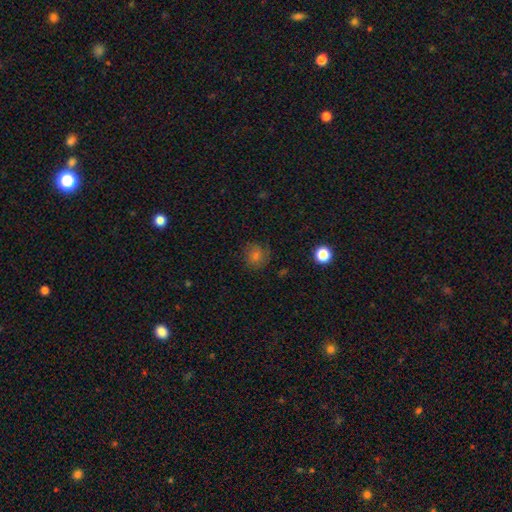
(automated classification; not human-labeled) Q: Smooth or featured?
A: smooth (60%); runner-up: star or artifact (21%)
Q: How rounded?
A: round (89%); runner-up: in between (10%)
Q: Merging?
A: none (79%); runner-up: minor disturbance (14%)